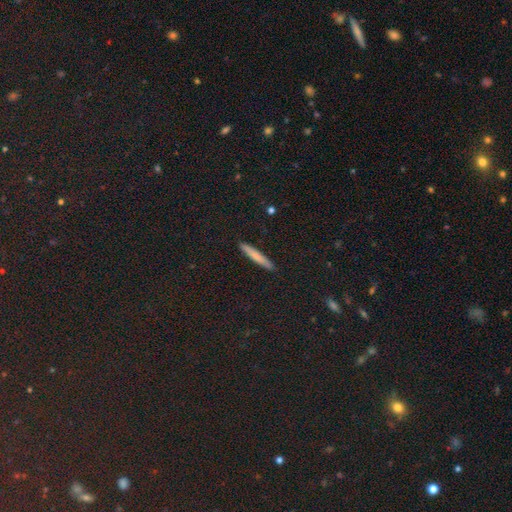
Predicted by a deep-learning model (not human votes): A smooth galaxy with no disk features (68%) that is cigar-shaped (93%). Merging: none (92%).